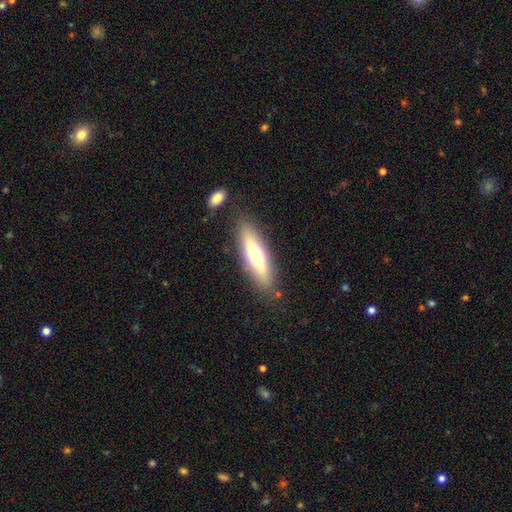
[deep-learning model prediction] Overall: smooth (57%; featured or disk 37%). How rounded: cigar-shaped (64%; in between 34%). Merging: none (83%).